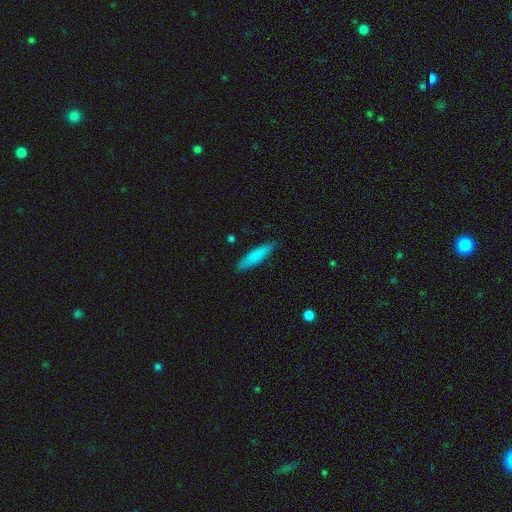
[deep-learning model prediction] Q: Smooth or featured?
A: smooth (82%); runner-up: featured or disk (12%)
Q: How rounded?
A: cigar-shaped (77%); runner-up: in between (22%)
Q: Merging?
A: none (85%); runner-up: minor disturbance (12%)